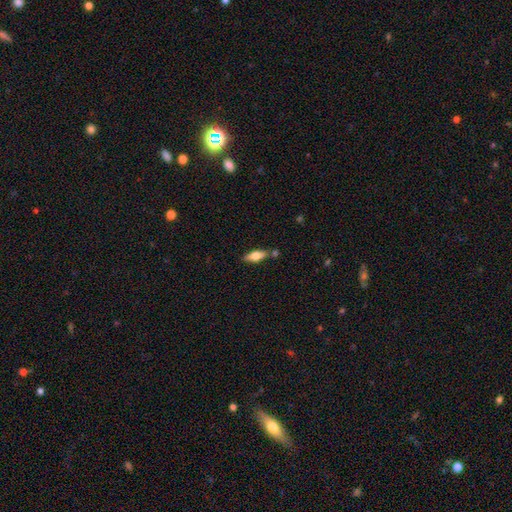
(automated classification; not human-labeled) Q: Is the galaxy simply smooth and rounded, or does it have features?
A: smooth — 64%.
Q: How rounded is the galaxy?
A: in between — 65%.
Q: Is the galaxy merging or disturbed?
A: none — 75%.